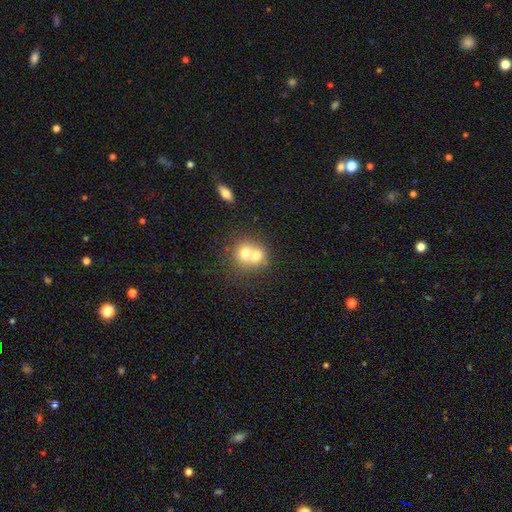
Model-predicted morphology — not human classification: Smooth or featured?
  - smooth: 68% *
  - featured or disk: 23%
  - star or artifact: 10%
How rounded?
  - round: 76% *
  - in between: 23%
  - cigar-shaped: 1%
Merging?
  - merger: 68% *
  - none: 25%
  - minor disturbance: 5%
  - major disturbance: 2%